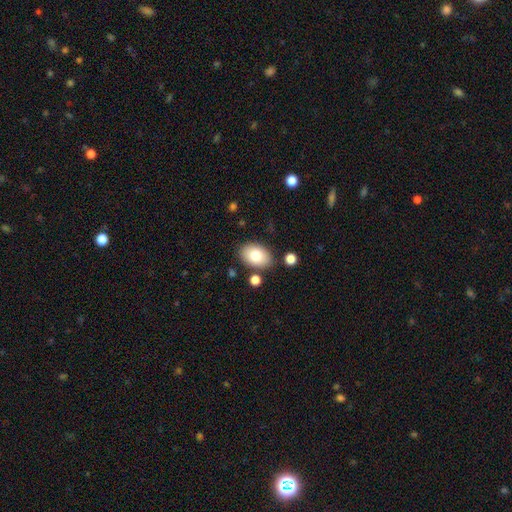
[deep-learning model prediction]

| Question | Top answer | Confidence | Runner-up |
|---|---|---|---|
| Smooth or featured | smooth | 79% | featured or disk (13%) |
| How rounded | in between | 85% | round (14%) |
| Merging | none | 82% | minor disturbance (11%) |